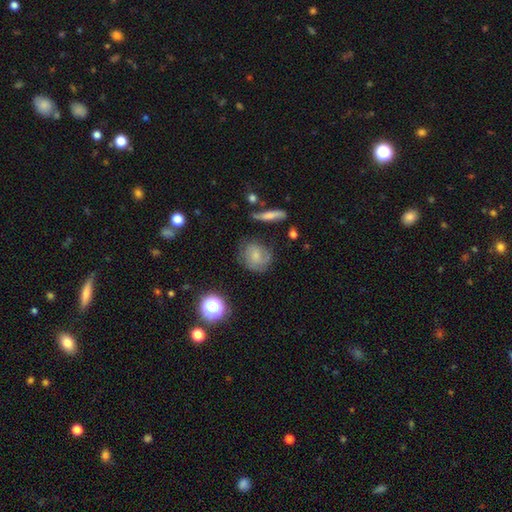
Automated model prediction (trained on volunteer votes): The model was most divided on "smooth or featured": smooth: 54%, featured or disk: 35%, star or artifact: 11%. More confident: how rounded — round (73%); merging — none (63%).